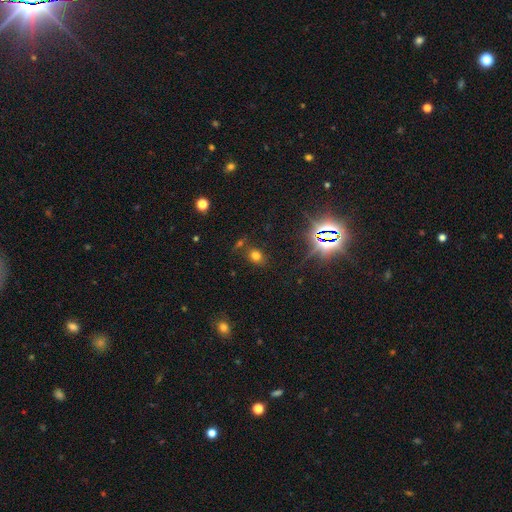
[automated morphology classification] Overall: smooth (66%). How rounded: round (52%; in between 47%). Merging: none (76%).